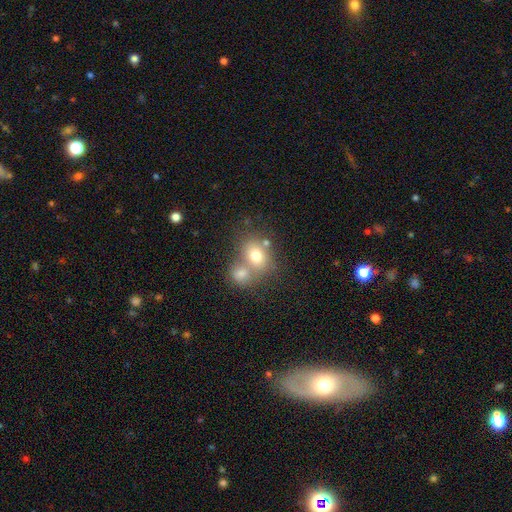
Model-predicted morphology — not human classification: This is likely a smooth galaxy (73%). How rounded: possibly round (53%). Merging: possibly merger (50%).